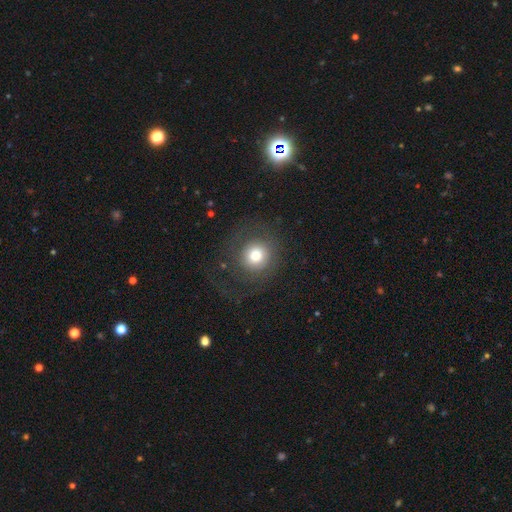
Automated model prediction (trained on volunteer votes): smooth-or-featured: smooth: 64% | featured or disk: 24% | star or artifact: 12%
  how-rounded: round: 92% | in between: 7% | cigar-shaped: 1%
  merging: none: 70% | major disturbance: 17% | minor disturbance: 12% | merger: 1%